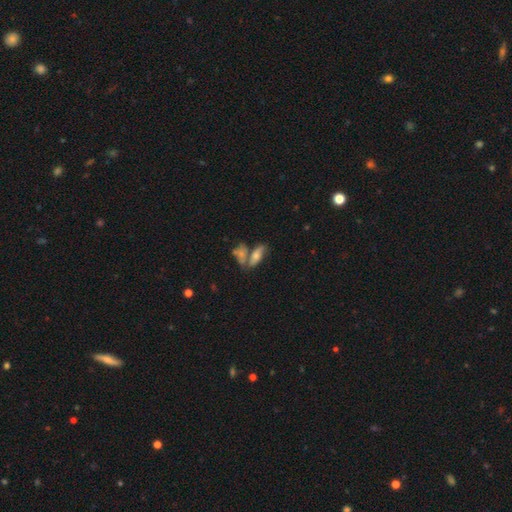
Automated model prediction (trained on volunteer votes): The model was most divided on "merging": merger: 45%, none: 35%, minor disturbance: 13%, major disturbance: 7%. More confident: how rounded — in between (75%); smooth or featured — smooth (60%).